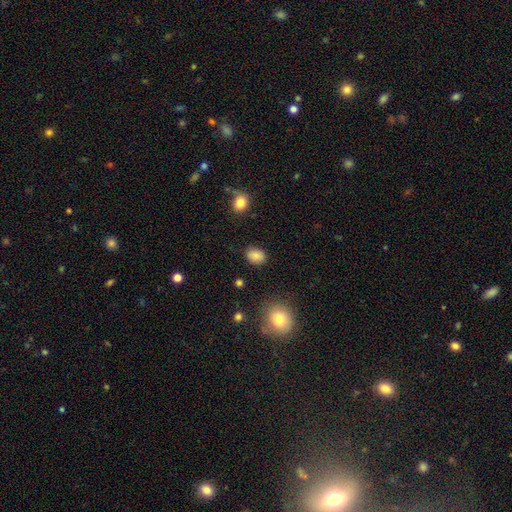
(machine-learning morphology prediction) smooth-or-featured: smooth: 86% | star or artifact: 9% | featured or disk: 5%
  how-rounded: in between: 68% | round: 31% | cigar-shaped: 1%
  merging: none: 86% | minor disturbance: 9% | major disturbance: 3% | merger: 2%